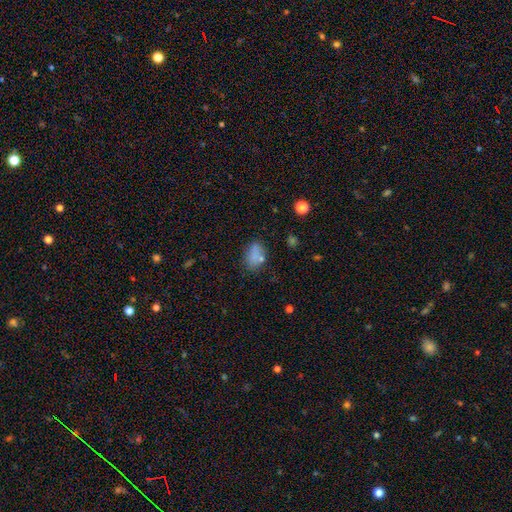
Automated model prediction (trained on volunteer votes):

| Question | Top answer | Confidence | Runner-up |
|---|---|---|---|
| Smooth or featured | smooth | 76% | star or artifact (13%) |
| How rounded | in between | 82% | round (15%) |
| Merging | none | 64% | minor disturbance (18%) |